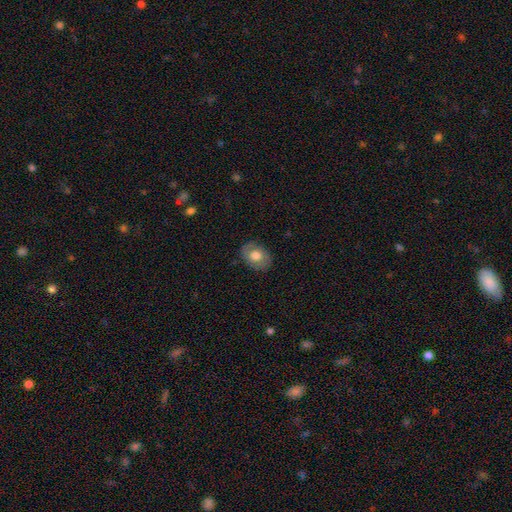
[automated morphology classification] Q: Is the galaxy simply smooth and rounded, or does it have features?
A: smooth — 68%.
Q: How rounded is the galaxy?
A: in between — 69%.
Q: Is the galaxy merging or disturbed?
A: none — 81%.